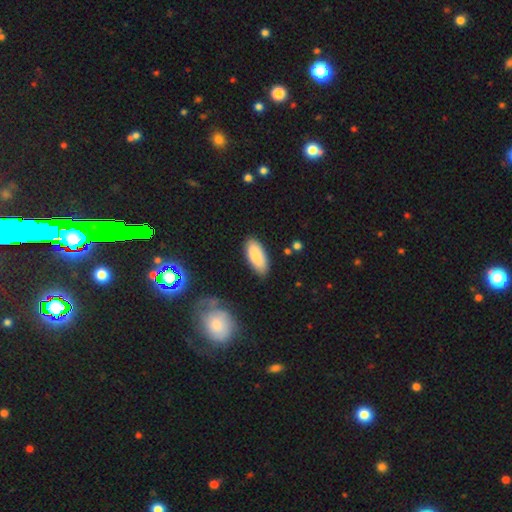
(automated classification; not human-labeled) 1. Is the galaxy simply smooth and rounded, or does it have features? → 85% smooth, 9% featured or disk, 6% star or artifact.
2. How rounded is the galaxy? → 86% in between, 13% cigar-shaped, 2% round.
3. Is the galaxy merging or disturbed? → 84% none, 12% minor disturbance, 2% major disturbance, 2% merger.